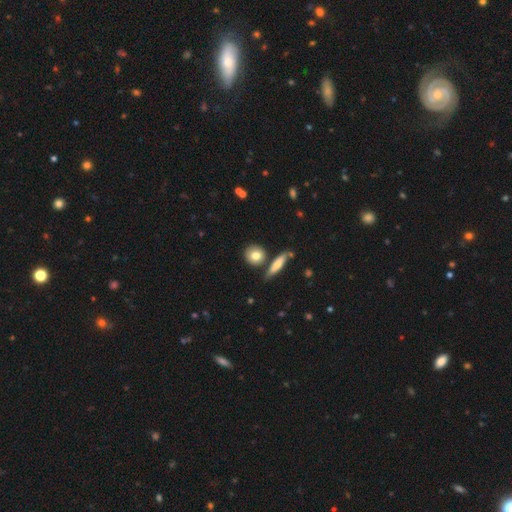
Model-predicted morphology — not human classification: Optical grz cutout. It shows a smooth galaxy with no disk features (78%) that is round (77%). Merging: none (75%).